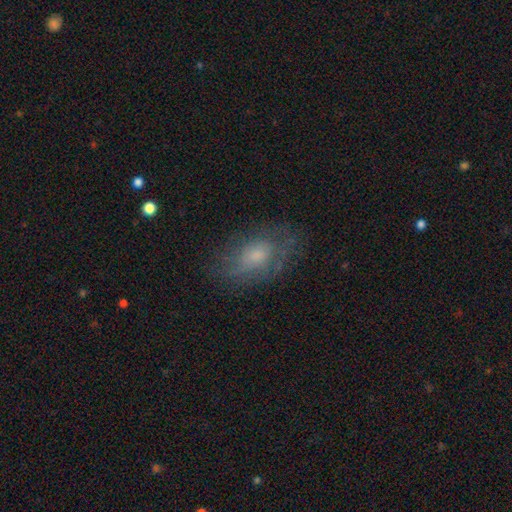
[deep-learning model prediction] Overall: smooth (47%; featured or disk 43%). Merging: none (62%; minor disturbance 23%).